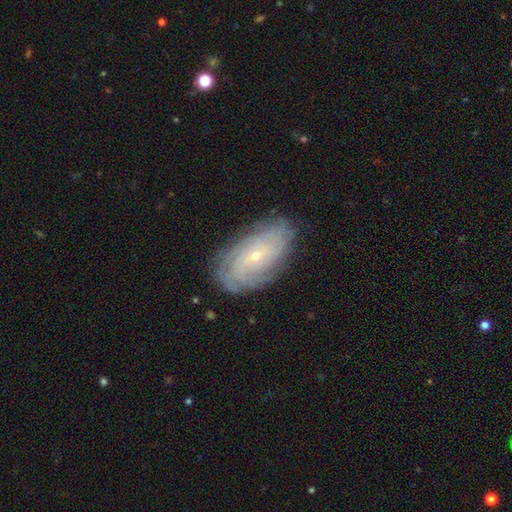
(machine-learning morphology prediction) A featured or disk galaxy (76%) with no bar (71%), tight (73%) spiral arms (92%) and a small central bulge (78%). Merging: none (80%).